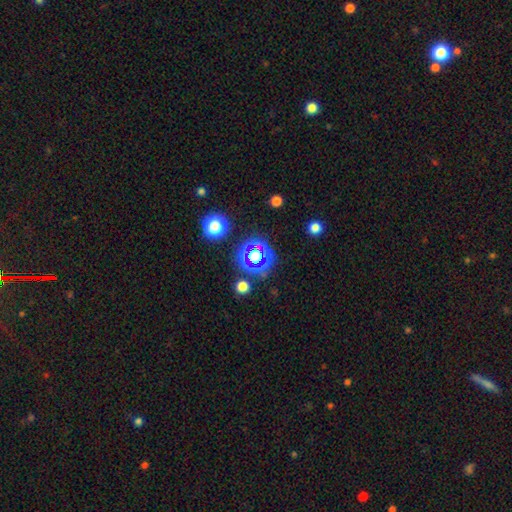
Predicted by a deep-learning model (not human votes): Morphology: type=star or artifact (73%).